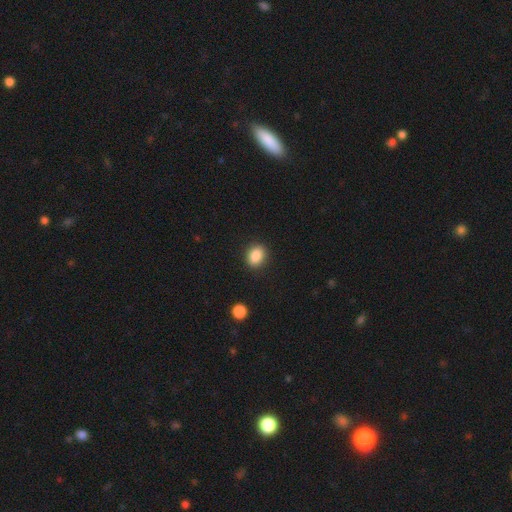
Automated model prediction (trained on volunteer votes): A smooth galaxy with no disk features (87%) that is in between round and cigar-shaped (55%). Merging: none (89%).